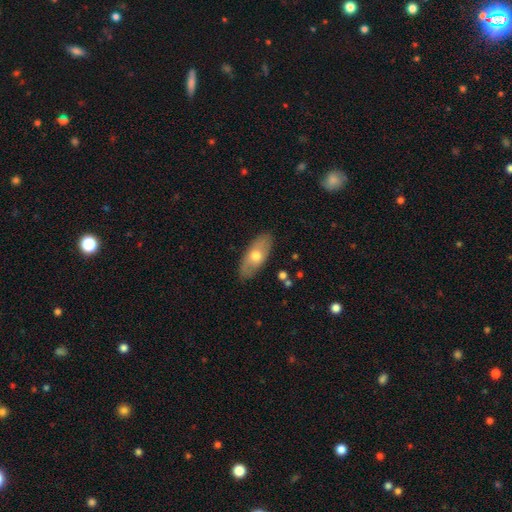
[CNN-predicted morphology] This appears to be a smooth galaxy with no disk features (59%) that is in between round and cigar-shaped (84%). Merging: none (85%).